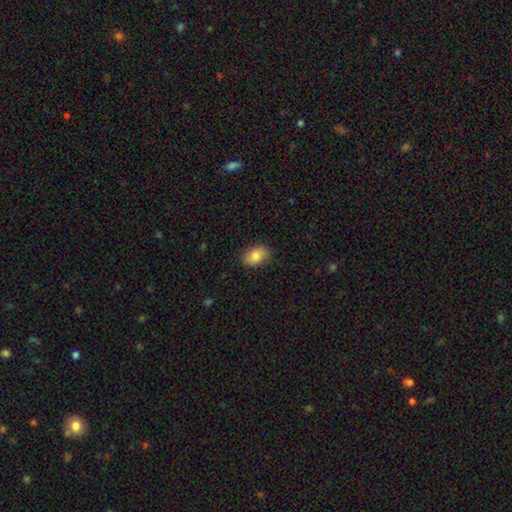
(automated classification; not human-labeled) Smooth or featured: smooth — 83% (featured or disk — 9%)
How rounded: in between — 87% (round — 11%)
Merging: none — 85% (minor disturbance — 11%)